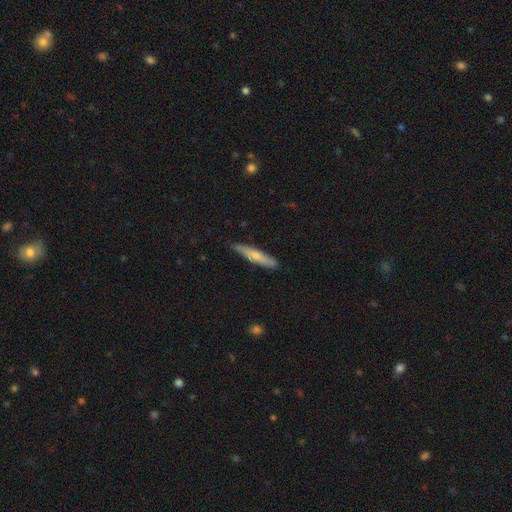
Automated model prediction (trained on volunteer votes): smooth_or_featured: smooth (p=0.56) [alt: featured or disk p=0.38]
how_rounded: cigar-shaped (p=0.90) [alt: in between p=0.09]
merging: none (p=0.83) [alt: minor disturbance p=0.14]